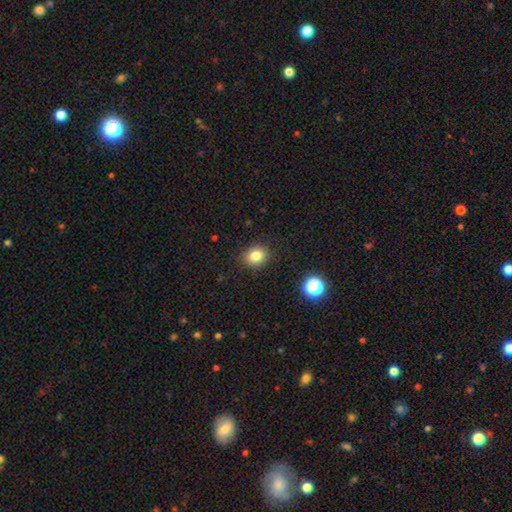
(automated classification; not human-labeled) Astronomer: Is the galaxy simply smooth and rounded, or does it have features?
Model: smooth — 82%.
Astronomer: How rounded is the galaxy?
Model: round — 70%.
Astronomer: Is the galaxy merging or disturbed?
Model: none — 89%.